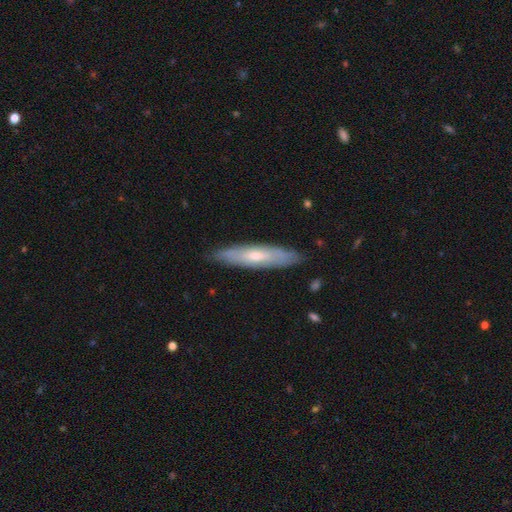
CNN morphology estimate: Smooth or featured? Predicted: featured or disk (p=0.49). Merging? Predicted: none (p=0.85).